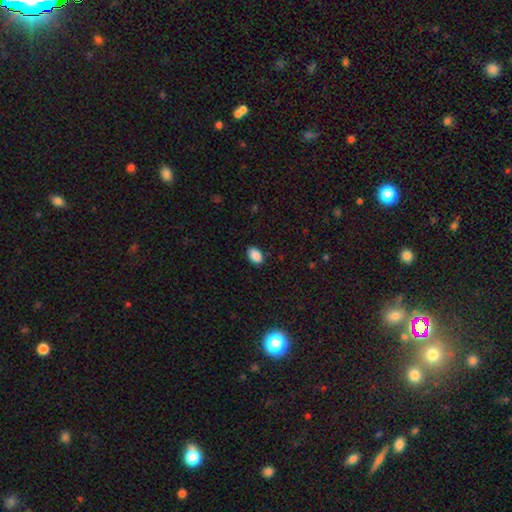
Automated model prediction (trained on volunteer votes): Morphology: type=smooth (89%); roundness=in between (87%); merging=none (84%).